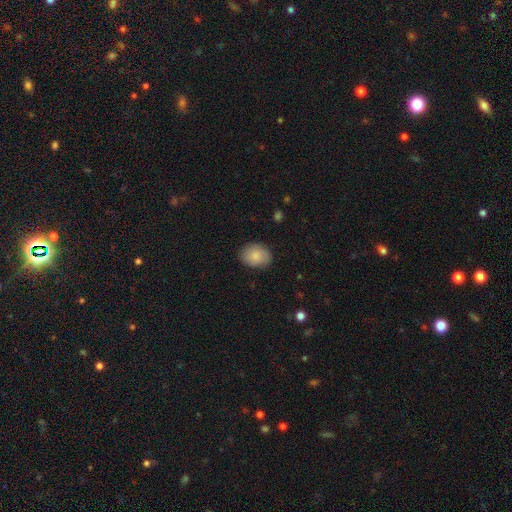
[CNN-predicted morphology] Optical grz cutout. It shows a smooth galaxy with no disk features (85%) that is in between round and cigar-shaped (66%). Merging: none (82%).